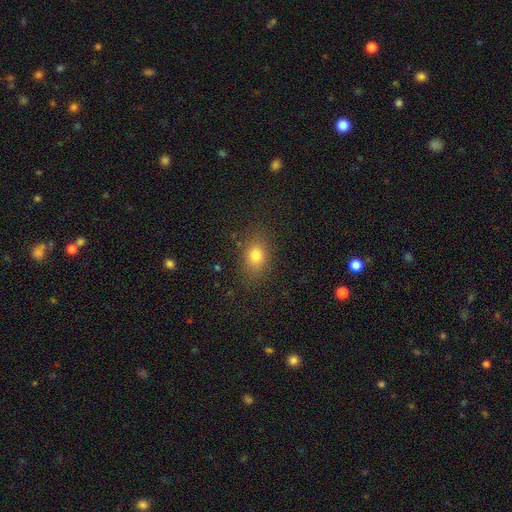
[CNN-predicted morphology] smooth-or-featured: smooth: 79% | star or artifact: 13% | featured or disk: 9%
  how-rounded: in between: 70% | round: 28% | cigar-shaped: 2%
  merging: none: 81% | minor disturbance: 13% | major disturbance: 5% | merger: 1%